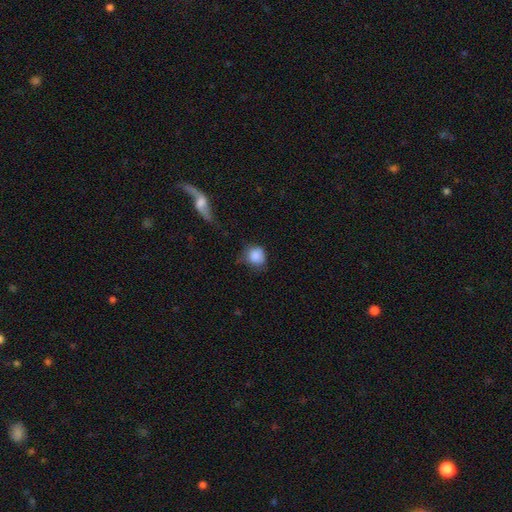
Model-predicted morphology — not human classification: Smooth or featured?
  - smooth: 84% *
  - star or artifact: 8%
  - featured or disk: 7%
How rounded?
  - round: 79% *
  - in between: 20%
  - cigar-shaped: 1%
Merging?
  - none: 51% *
  - minor disturbance: 33%
  - major disturbance: 12%
  - merger: 4%